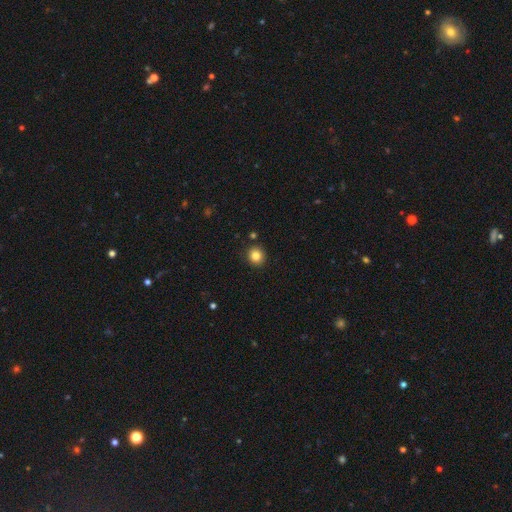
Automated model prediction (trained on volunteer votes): smooth-or-featured: smooth: 83% | star or artifact: 11% | featured or disk: 6%
  how-rounded: round: 90% | in between: 9% | cigar-shaped: 1%
  merging: none: 90% | minor disturbance: 6% | merger: 2% | major disturbance: 2%